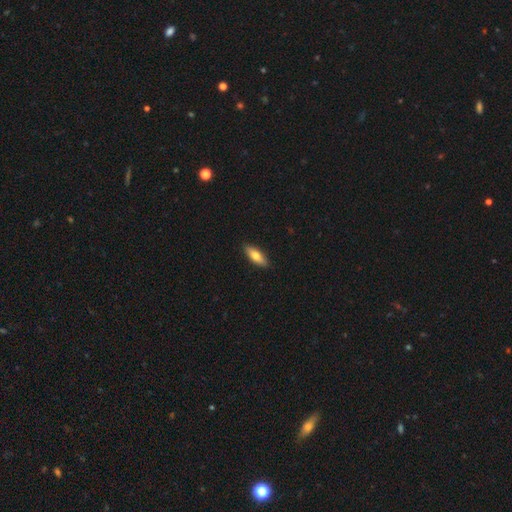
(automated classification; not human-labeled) This is likely a smooth galaxy (70%). How rounded: possibly in between (56%). Merging: clearly none (89%).